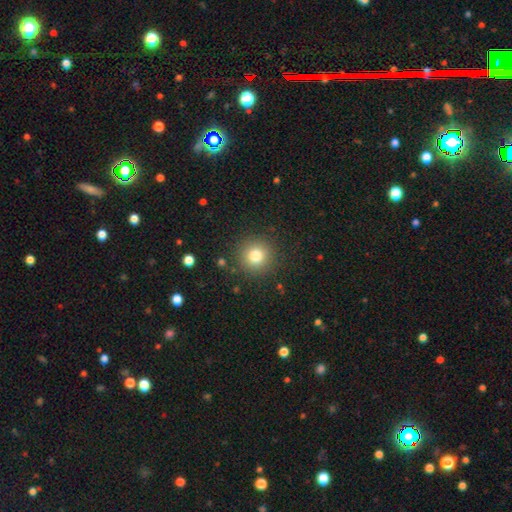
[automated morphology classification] Smooth or featured? smooth (80%)
How rounded? round (94%)
Merging? none (89%)